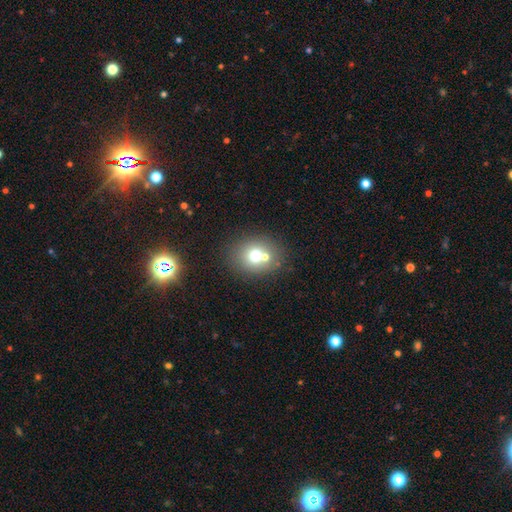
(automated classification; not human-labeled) Smooth or featured?
  - smooth: 68% *
  - featured or disk: 18%
  - star or artifact: 14%
How rounded?
  - round: 66% *
  - in between: 34%
  - cigar-shaped: 1%
Merging?
  - none: 59% *
  - merger: 29%
  - minor disturbance: 9%
  - major disturbance: 4%